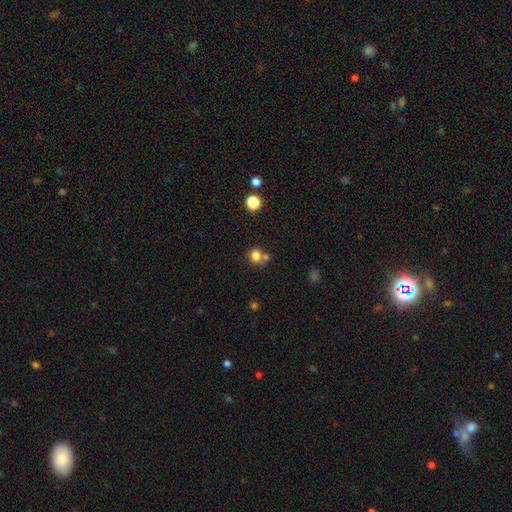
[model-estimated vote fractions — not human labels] A smooth galaxy with no disk features (78%) that is round (83%). Merging: none (53%).